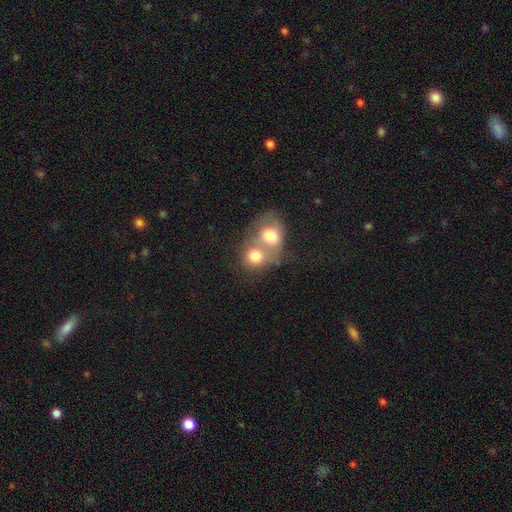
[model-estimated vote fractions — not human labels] Morphology: type=smooth (71%); roundness=round (62%); merging=merger (71%).